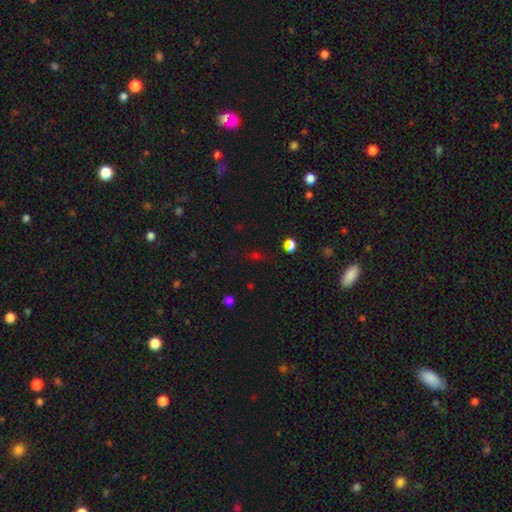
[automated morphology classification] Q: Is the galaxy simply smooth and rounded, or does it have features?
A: smooth — 46%.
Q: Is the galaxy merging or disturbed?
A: none — 72%.